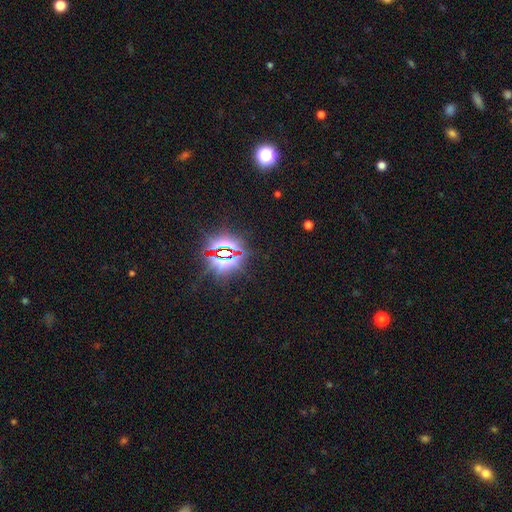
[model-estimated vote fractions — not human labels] smooth-or-featured: star or artifact: 81% | smooth: 12% | featured or disk: 8%